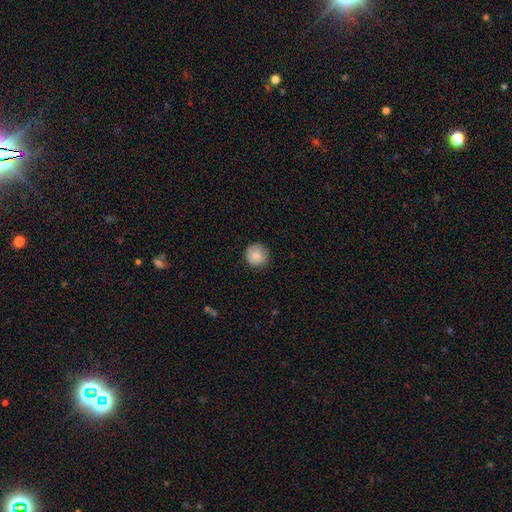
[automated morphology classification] A smooth galaxy with no disk features (83%) that is round (95%).

Vote fractions:
- Smooth or featured? smooth: 83% / featured or disk: 10% / star or artifact: 7%
- How rounded? round: 95% / in between: 4% / cigar-shaped: 1%
- Merging? none: 87% / minor disturbance: 10% / major disturbance: 2% / merger: 1%